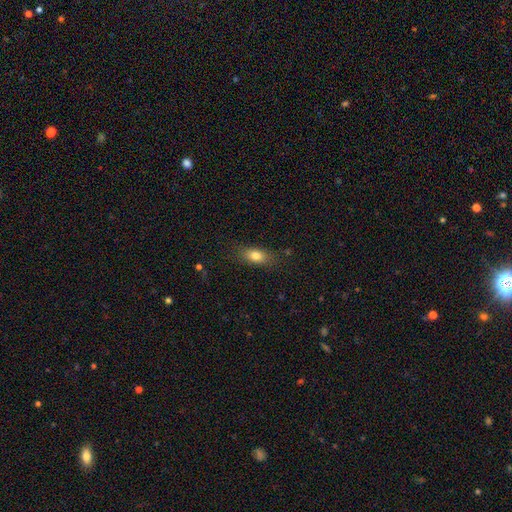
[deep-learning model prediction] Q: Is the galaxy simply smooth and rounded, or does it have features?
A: smooth — 79%.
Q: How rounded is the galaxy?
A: in between — 80%.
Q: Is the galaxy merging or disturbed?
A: none — 80%.